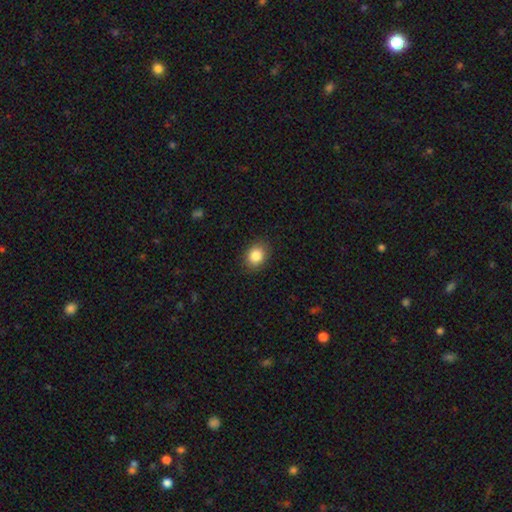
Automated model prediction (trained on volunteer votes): A smooth galaxy with no disk features (85%) that is in between round and cigar-shaped (54%).

Vote fractions:
- Smooth or featured? smooth: 85% / star or artifact: 9% / featured or disk: 6%
- How rounded? in between: 54% / round: 45% / cigar-shaped: 1%
- Merging? none: 89% / minor disturbance: 8% / major disturbance: 2% / merger: 1%